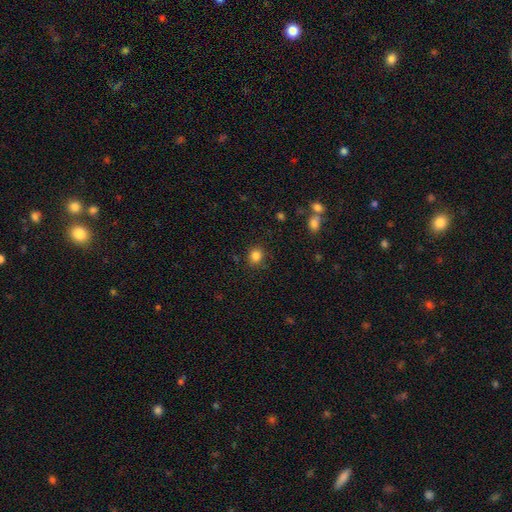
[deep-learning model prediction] Smooth or featured?
  - smooth: 84% *
  - star or artifact: 12%
  - featured or disk: 4%
How rounded?
  - round: 79% *
  - in between: 20%
  - cigar-shaped: 1%
Merging?
  - none: 85% *
  - minor disturbance: 10%
  - major disturbance: 3%
  - merger: 2%